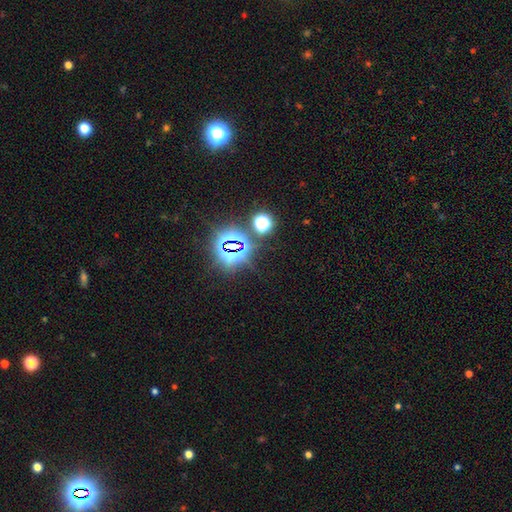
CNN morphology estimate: smooth-or-featured: star or artifact: 79% | smooth: 13% | featured or disk: 8%